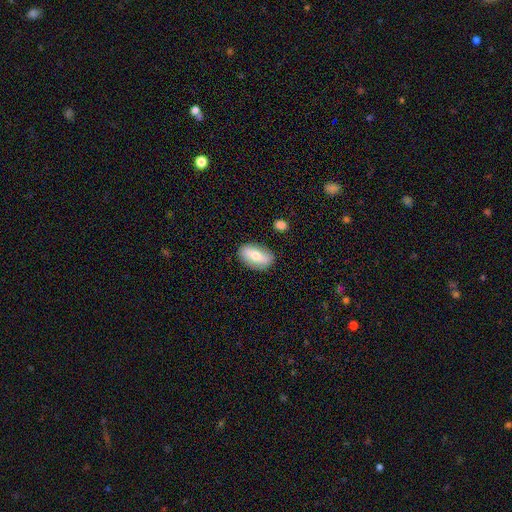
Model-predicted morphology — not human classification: The model was most divided on "smooth or featured": smooth: 62%, featured or disk: 31%, star or artifact: 7%. More confident: how rounded — in between (89%); merging — none (81%).